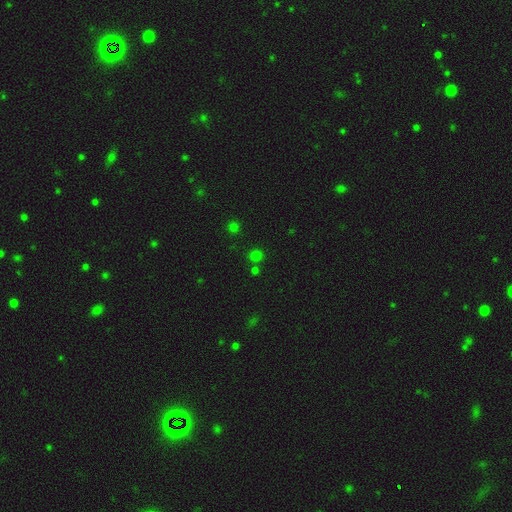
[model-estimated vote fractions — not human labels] Smooth or featured? smooth (65%)
How rounded? round (91%)
Merging? none (77%)